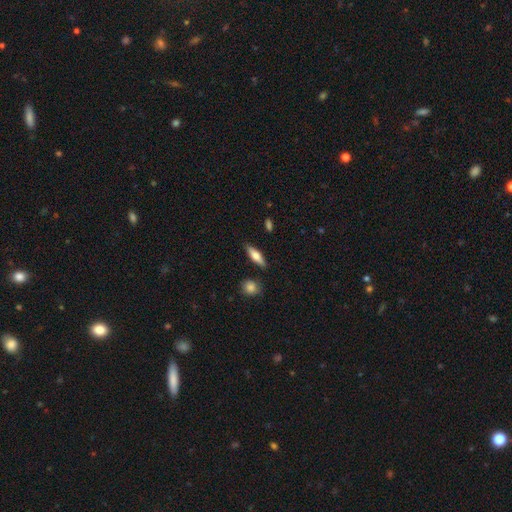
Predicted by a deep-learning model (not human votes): A smooth galaxy with no disk features (60%) that is cigar-shaped (53%).

Vote fractions:
- Smooth or featured? smooth: 60% / featured or disk: 33% / star or artifact: 6%
- How rounded? cigar-shaped: 53% / in between: 44% / round: 3%
- Merging? none: 86% / minor disturbance: 9% / merger: 3% / major disturbance: 2%